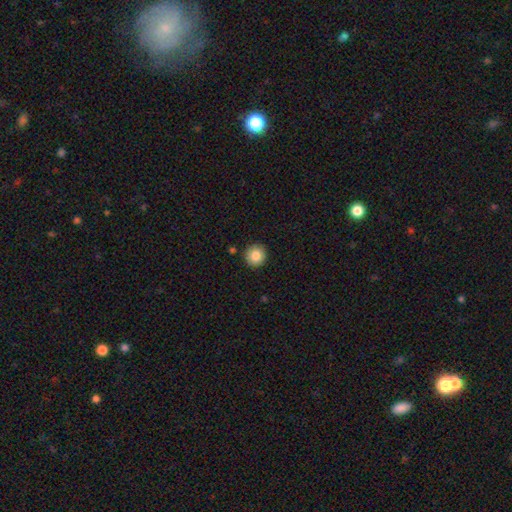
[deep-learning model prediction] This is clearly a smooth galaxy (84%). How rounded: clearly round (95%). Merging: clearly none (90%).